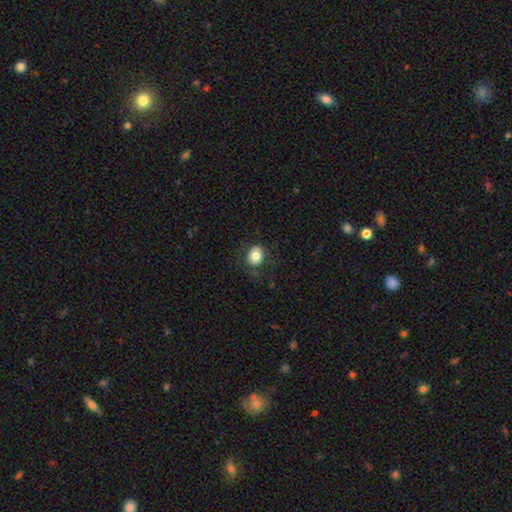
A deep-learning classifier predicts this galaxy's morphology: This appears to be a smooth galaxy with no disk features (78%) that is round (58%). Merging: none (81%).